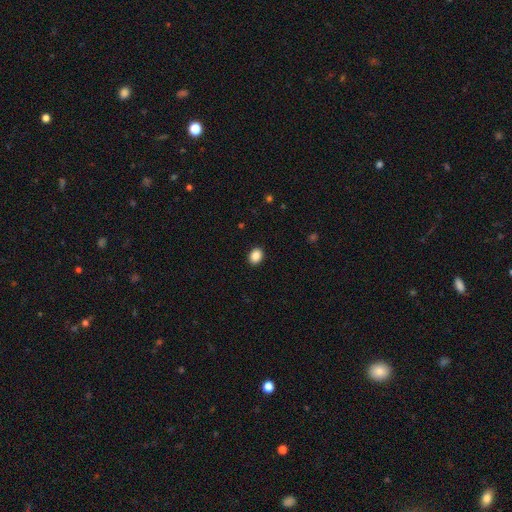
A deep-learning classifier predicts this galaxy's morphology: The model was most divided on "how rounded": in between: 61%, round: 39%, cigar-shaped: 1%. More confident: merging — none (91%); smooth or featured — smooth (89%).